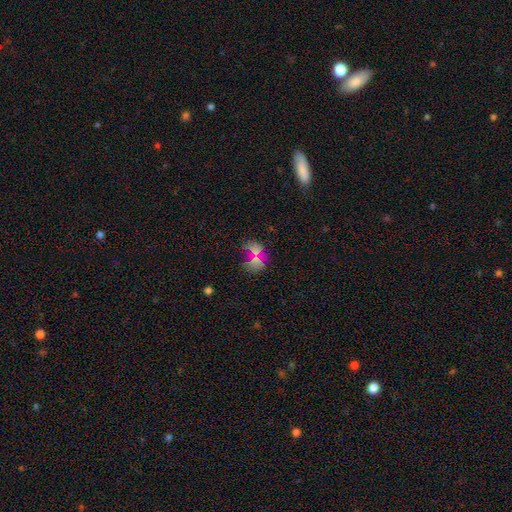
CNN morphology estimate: Smooth or featured? Predicted: smooth (p=0.57). How rounded? Predicted: round (p=0.60). Merging? Predicted: none (p=0.72).